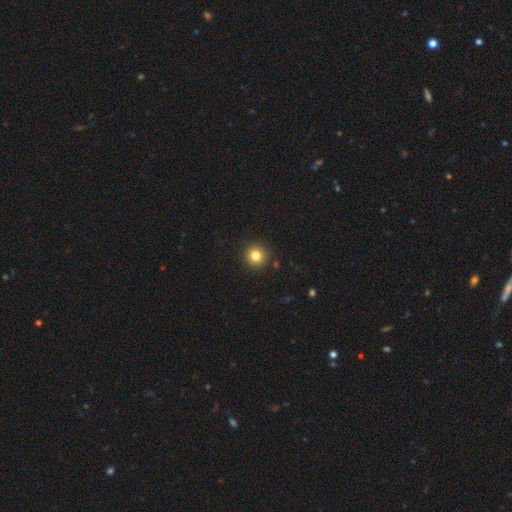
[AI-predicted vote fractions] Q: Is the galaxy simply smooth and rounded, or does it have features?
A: smooth — 82%.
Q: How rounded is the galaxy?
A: round — 95%.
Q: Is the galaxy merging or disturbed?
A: none — 91%.